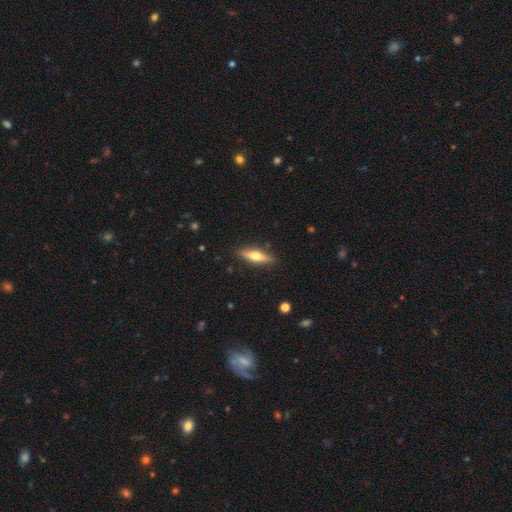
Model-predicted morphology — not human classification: Overall: featured or disk (53%; smooth 41%). Edge-on disk: yes (93%). Merging: none (89%).